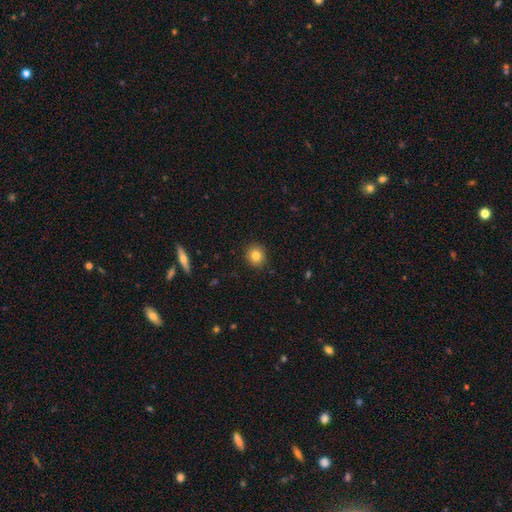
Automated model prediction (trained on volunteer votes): smooth-or-featured: smooth: 82% | star or artifact: 10% | featured or disk: 8%
  how-rounded: round: 89% | in between: 10% | cigar-shaped: 1%
  merging: none: 91% | minor disturbance: 6% | major disturbance: 2% | merger: 1%